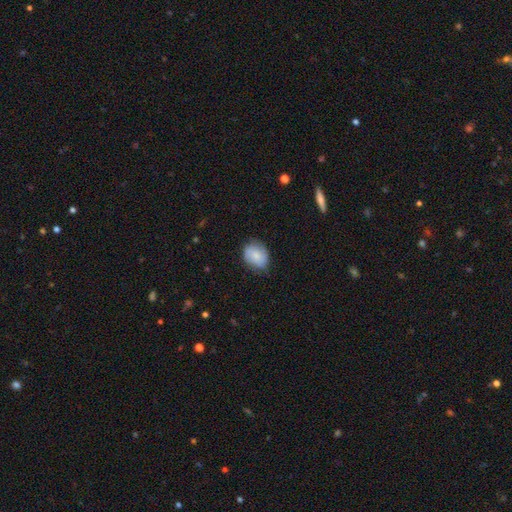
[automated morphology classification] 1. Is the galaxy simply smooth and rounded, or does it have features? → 69% smooth, 24% featured or disk, 7% star or artifact.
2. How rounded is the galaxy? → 52% in between, 47% round, 1% cigar-shaped.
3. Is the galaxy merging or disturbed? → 67% none, 26% minor disturbance, 6% major disturbance, 1% merger.